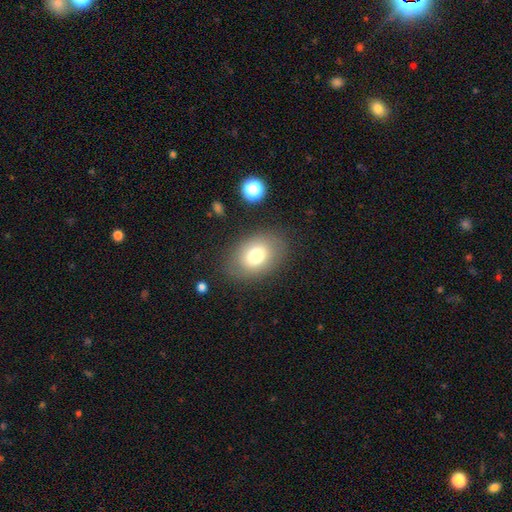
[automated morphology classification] Smooth or featured: smooth — 76% (featured or disk — 15%)
How rounded: in between — 78% (round — 21%)
Merging: none — 81% (minor disturbance — 12%)